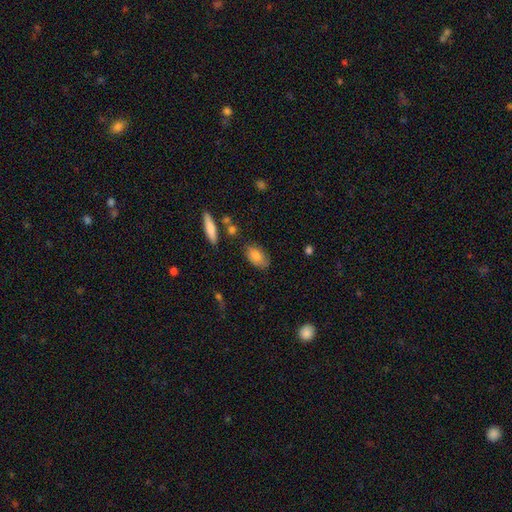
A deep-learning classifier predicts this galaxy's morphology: Smooth or featured: smooth — 82% (featured or disk — 11%)
How rounded: in between — 90% (round — 6%)
Merging: none — 73% (minor disturbance — 19%)